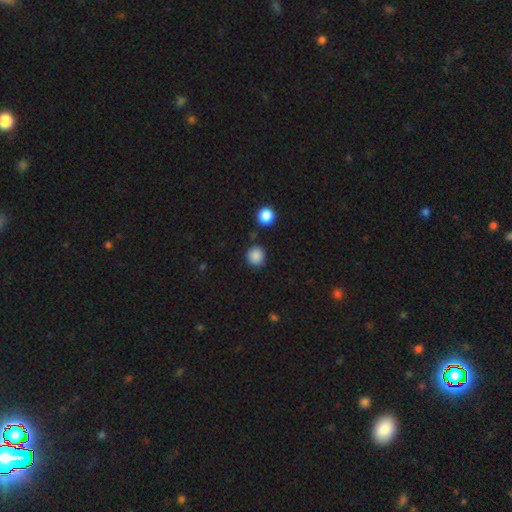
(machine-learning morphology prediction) smooth 87%, star or artifact 10%, featured or disk 3%. Down the decision tree: how rounded — round (92%); merging — none (86%).